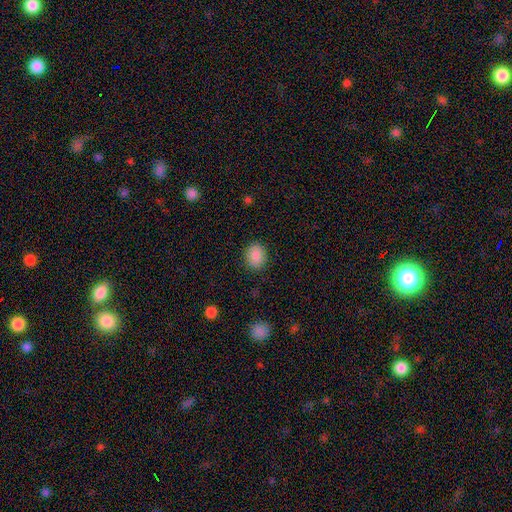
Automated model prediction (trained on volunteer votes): Overall: smooth (87%). How rounded: round (56%; in between 43%). Merging: none (87%).